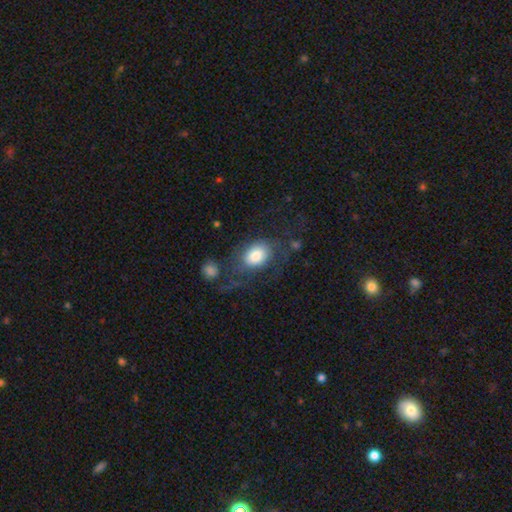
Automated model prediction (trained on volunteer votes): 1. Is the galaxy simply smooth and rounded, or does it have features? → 65% smooth, 28% featured or disk, 8% star or artifact.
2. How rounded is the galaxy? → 75% in between, 24% round, 1% cigar-shaped.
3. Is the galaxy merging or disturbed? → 42% none, 30% major disturbance, 20% minor disturbance, 7% merger.